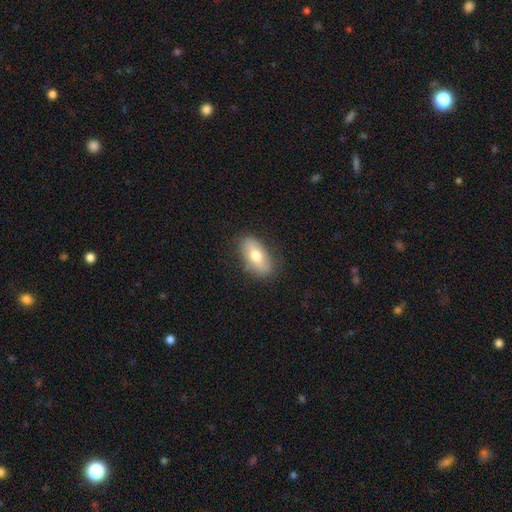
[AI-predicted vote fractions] Q: Smooth or featured?
A: smooth (68%); runner-up: featured or disk (26%)
Q: How rounded?
A: in between (91%); runner-up: cigar-shaped (5%)
Q: Merging?
A: none (82%); runner-up: minor disturbance (14%)